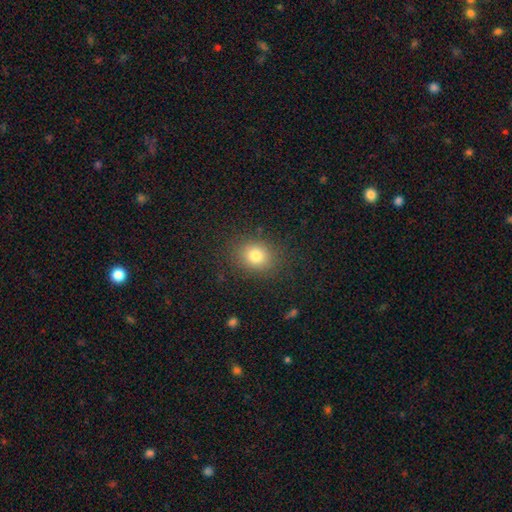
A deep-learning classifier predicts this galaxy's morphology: type=smooth (79%); roundness=round (62%); merging=none (86%).